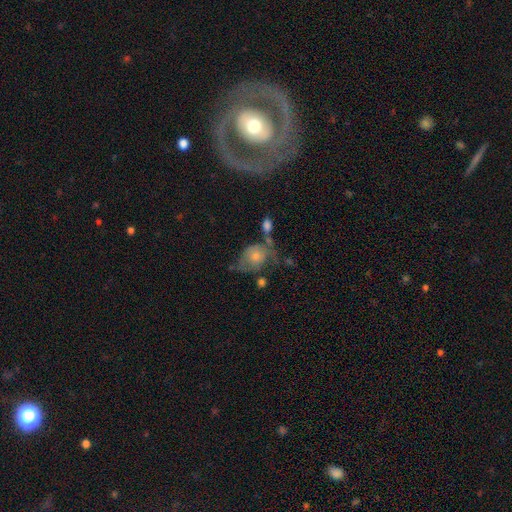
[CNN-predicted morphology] Q: Smooth or featured?
A: featured or disk (52%); runner-up: smooth (37%)
Q: Edge-on disk?
A: no (93%); runner-up: yes (7%)
Q: Merging?
A: none (37%); runner-up: major disturbance (24%)